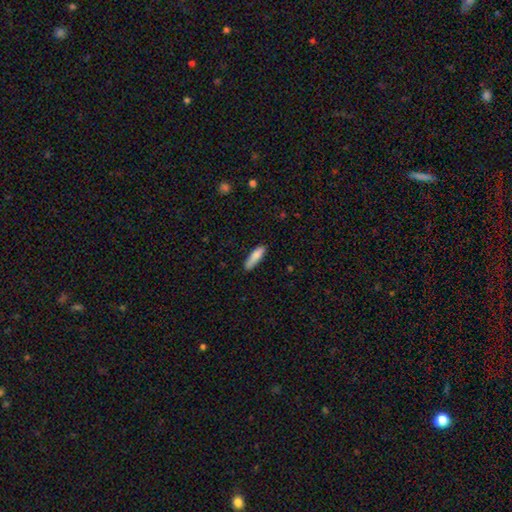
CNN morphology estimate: This is clearly a smooth galaxy (83%). How rounded: likely cigar-shaped (67%). Merging: likely none (78%).